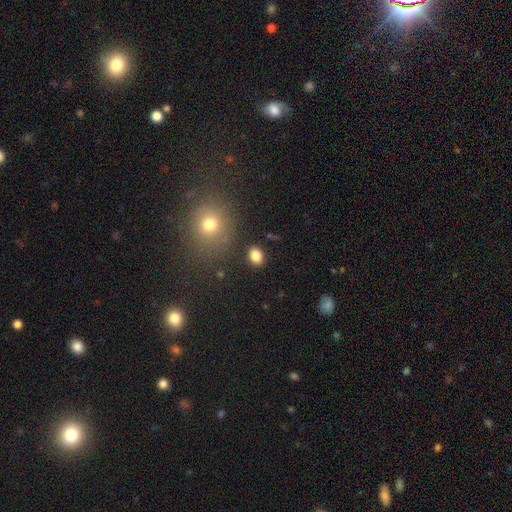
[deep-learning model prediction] This appears to be a smooth galaxy with no disk features (84%) that is in between round and cigar-shaped (64%). Merging: none (87%).